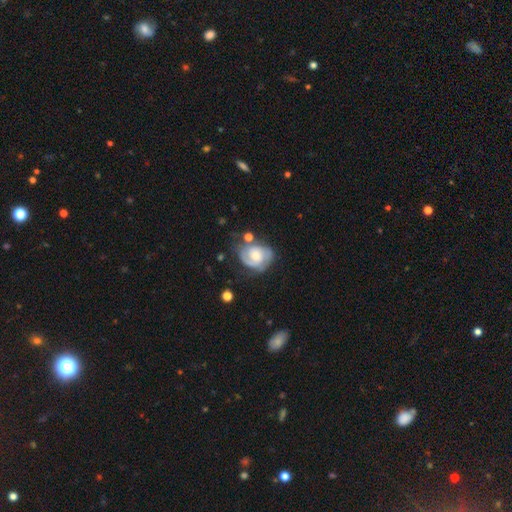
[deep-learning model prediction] featured or disk 73%, smooth 21%, star or artifact 6%. Down the decision tree: edge-on disk — no (97%); bar — no (63%); spiral arms — yes (90%); spiral arm count — 2 (62%); spiral winding — tight (52%); bulge size — moderate (54%); merging — none (55%).